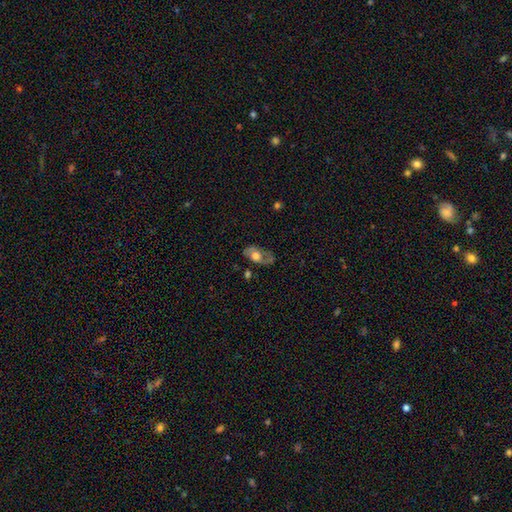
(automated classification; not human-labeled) This is possibly a featured or disk galaxy (53%). It is clearly not viewed edge-on (86%). Merging: likely none (67%).